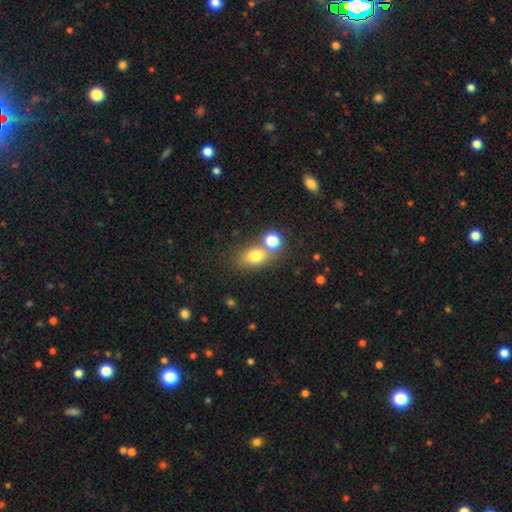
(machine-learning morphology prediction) This appears to be a smooth galaxy with no disk features (76%) that is in between round and cigar-shaped (61%). Merging: none (49%).